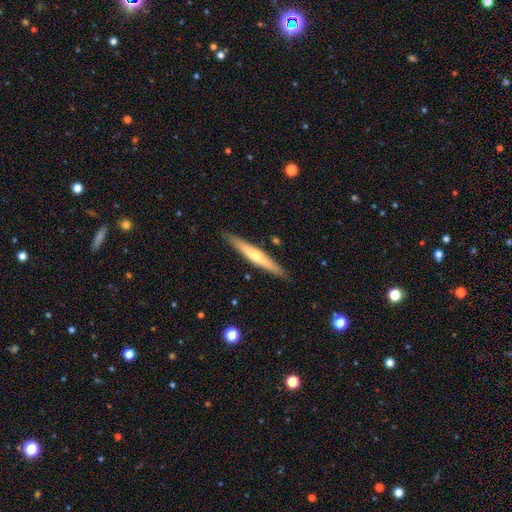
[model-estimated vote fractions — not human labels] This is possibly a featured or disk galaxy (60%). It is clearly viewed edge-on (96%). Edge-on bulge: likely rounded (76%). Merging: clearly none (89%).